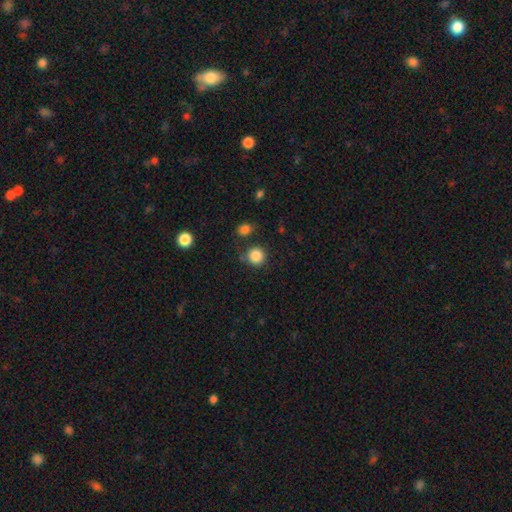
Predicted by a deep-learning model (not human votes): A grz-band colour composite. It shows a smooth galaxy with no disk features (86%) that is round (92%). Merging: none (78%).